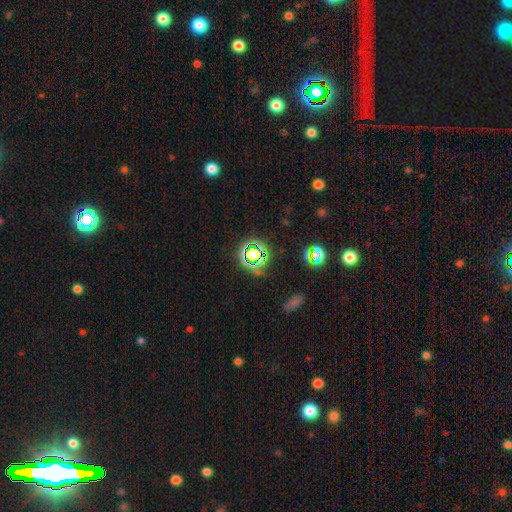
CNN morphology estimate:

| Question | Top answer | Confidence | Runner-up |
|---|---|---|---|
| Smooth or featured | star or artifact | 63% | smooth (26%) |